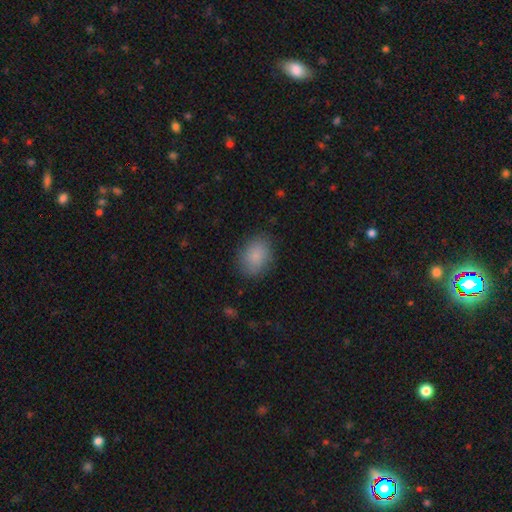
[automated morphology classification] The model was most divided on "how rounded": in between: 65%, round: 34%, cigar-shaped: 1%. More confident: smooth or featured — smooth (86%); merging — none (83%).